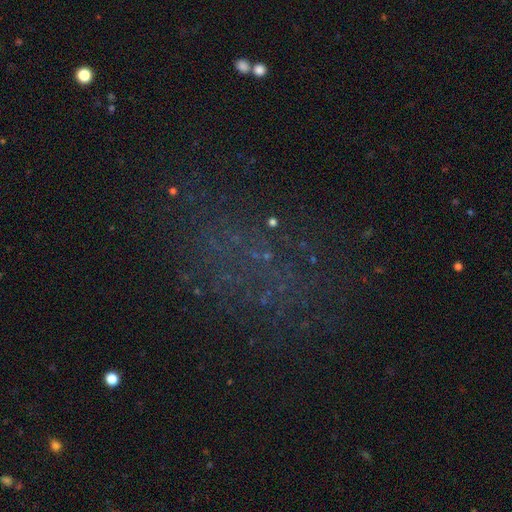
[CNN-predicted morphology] A star or artifact, not a galaxy (47%).

Vote fractions:
- Smooth or featured? star or artifact: 47% / featured or disk: 28% / smooth: 26%